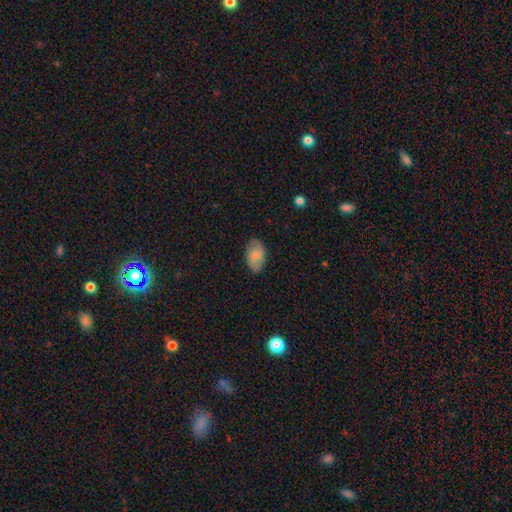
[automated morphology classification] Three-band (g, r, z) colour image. It shows a smooth galaxy with no disk features (79%) that is in between round and cigar-shaped (92%). Merging: none (80%).